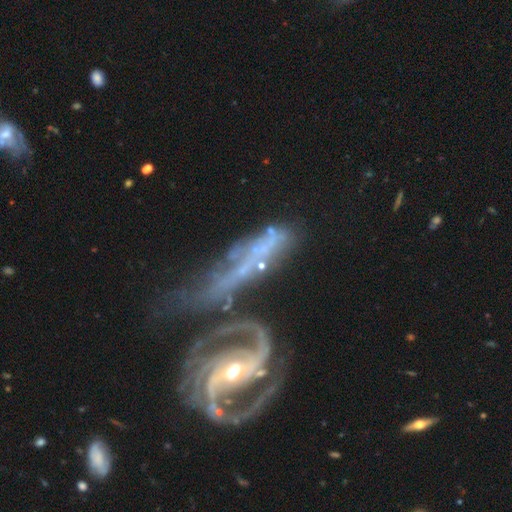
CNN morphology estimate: type=featured or disk (83%); edge-on=no (91%); bar=no (40%); spiral arms=yes (87%); winding=medium (42%); arm count=2 (66%); bulge=small (62%); merging=merger (38%).